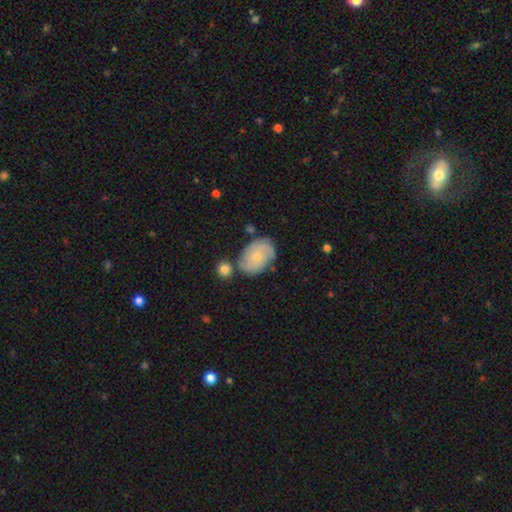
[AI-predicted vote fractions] Smooth or featured? featured or disk (61%)
Edge-on disk? no (97%)
Bar? no (79%)
Spiral arms? yes (88%)
Spiral winding? tight (50%)
Spiral arm count? 2 (52%)
Bulge size? small (73%)
Merging? none (63%)